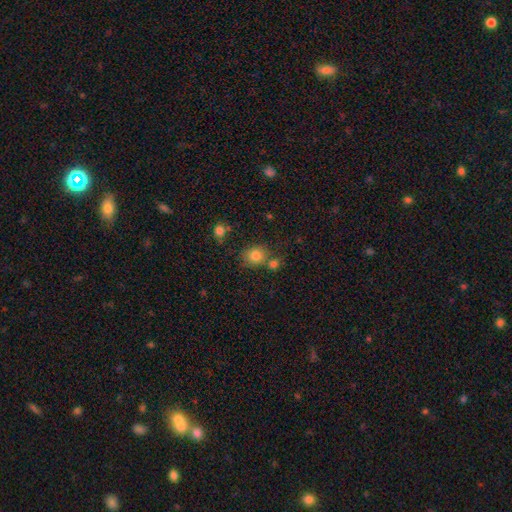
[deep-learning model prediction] The model was most divided on "merging": none: 64%, merger: 19%, minor disturbance: 13%, major disturbance: 4%. More confident: smooth or featured — smooth (81%); how rounded — round (74%).